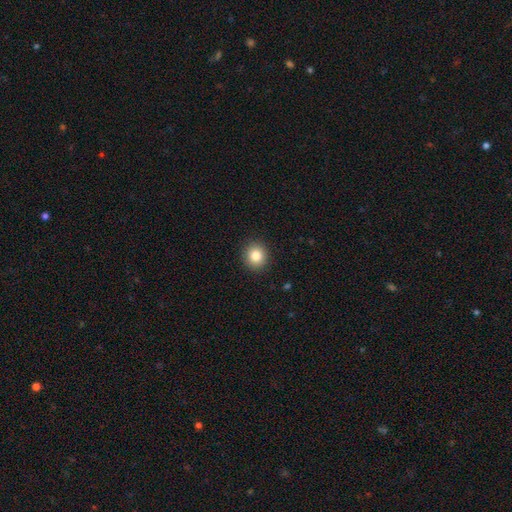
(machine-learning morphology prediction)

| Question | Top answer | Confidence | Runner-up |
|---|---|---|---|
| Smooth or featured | smooth | 83% | star or artifact (10%) |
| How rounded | round | 87% | in between (12%) |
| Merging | none | 91% | minor disturbance (6%) |